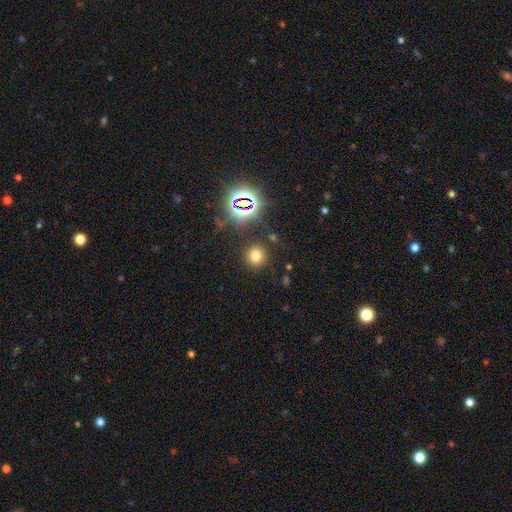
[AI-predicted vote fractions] Overall: smooth (69%). How rounded: round (91%). Merging: none (87%).